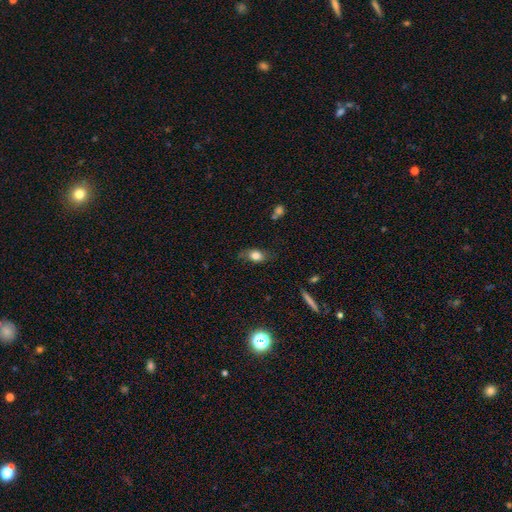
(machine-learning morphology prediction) Smooth or featured: smooth — 75% (featured or disk — 17%)
How rounded: in between — 75% (round — 19%)
Merging: none — 70% (minor disturbance — 22%)